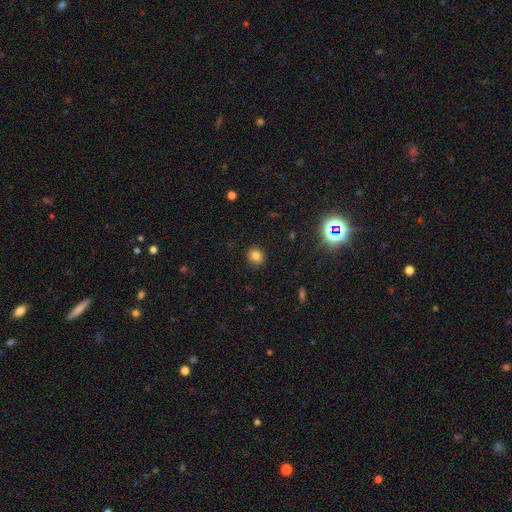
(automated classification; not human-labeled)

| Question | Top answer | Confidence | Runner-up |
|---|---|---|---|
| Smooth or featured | smooth | 80% | star or artifact (14%) |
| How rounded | round | 74% | in between (25%) |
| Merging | none | 88% | minor disturbance (8%) |